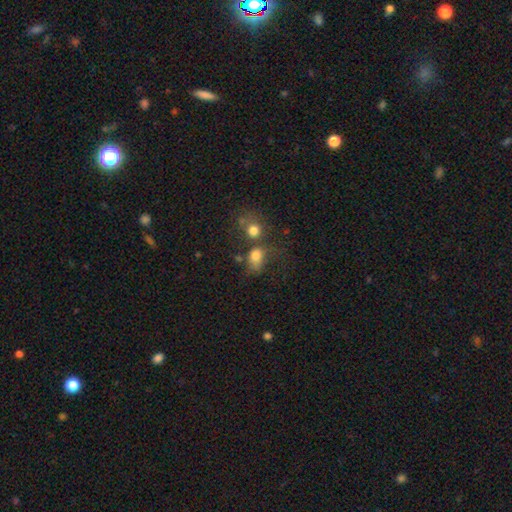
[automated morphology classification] smooth_or_featured: smooth (p=0.74) [alt: star or artifact p=0.14]
how_rounded: in between (p=0.54) [alt: round p=0.44]
merging: merger (p=0.38) [alt: none p=0.30]